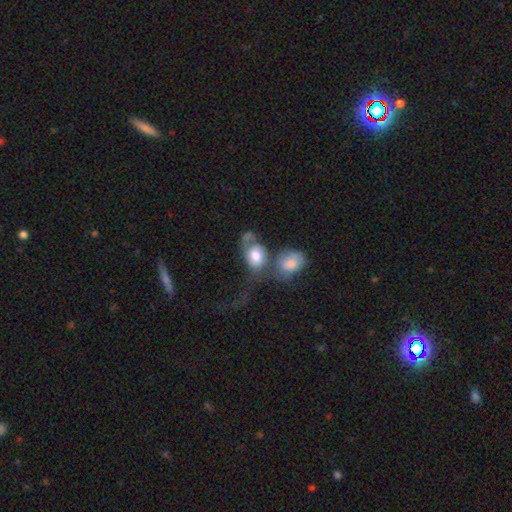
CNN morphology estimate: Smooth or featured? Predicted: smooth (p=0.66). How rounded? Predicted: in between (p=0.67). Merging? Predicted: merger (p=0.50).